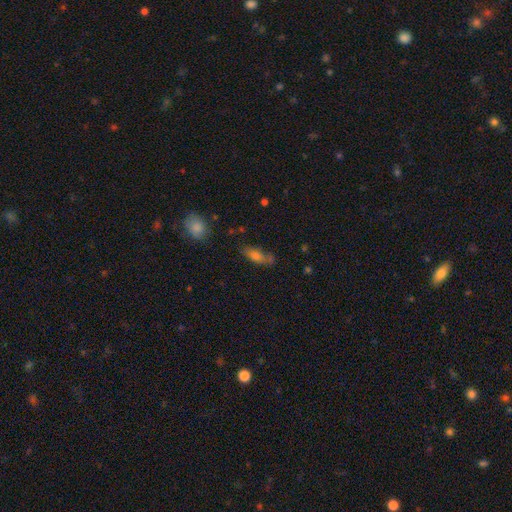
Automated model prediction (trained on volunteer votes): This is likely a smooth galaxy (68%). How rounded: likely in between (69%). Merging: likely none (63%).